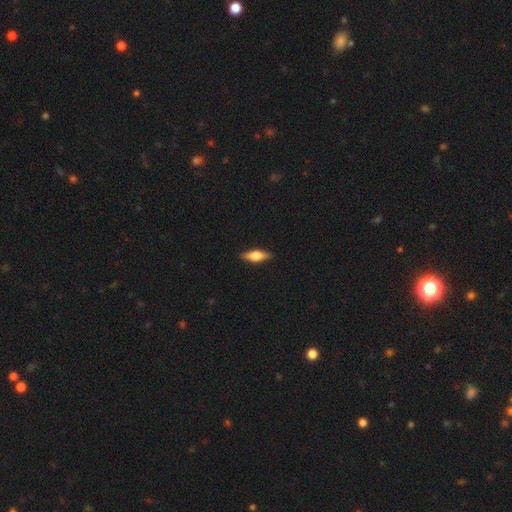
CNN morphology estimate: A smooth galaxy with no disk features (47%, tied with featured or disk). Merging: none (89%).